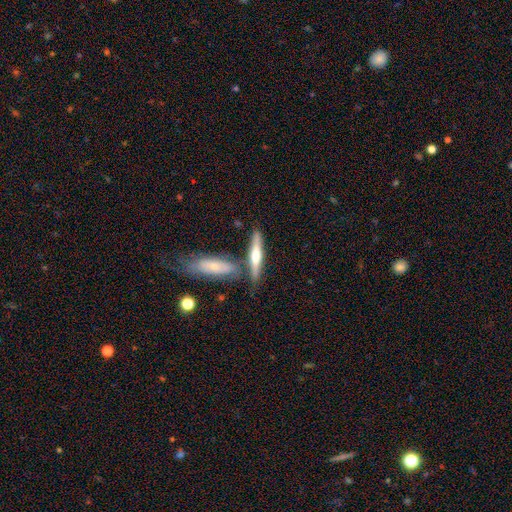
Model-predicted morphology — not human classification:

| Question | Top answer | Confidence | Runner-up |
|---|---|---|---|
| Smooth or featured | featured or disk | 51% | smooth (43%) |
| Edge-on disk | yes | 93% | no (7%) |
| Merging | none | 68% | merger (17%) |